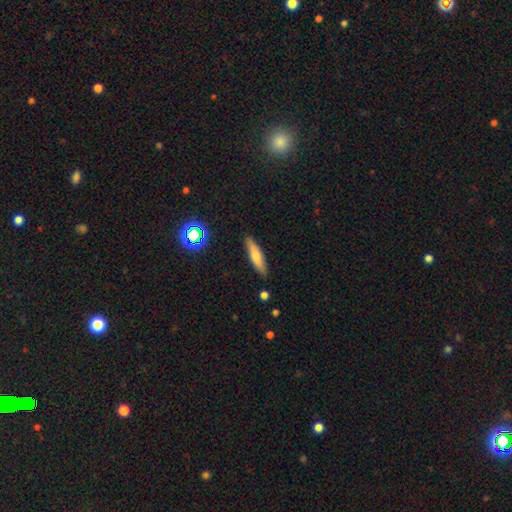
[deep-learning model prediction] Q: Smooth or featured?
A: smooth (66%); runner-up: featured or disk (26%)
Q: How rounded?
A: cigar-shaped (73%); runner-up: in between (25%)
Q: Merging?
A: none (87%); runner-up: minor disturbance (9%)